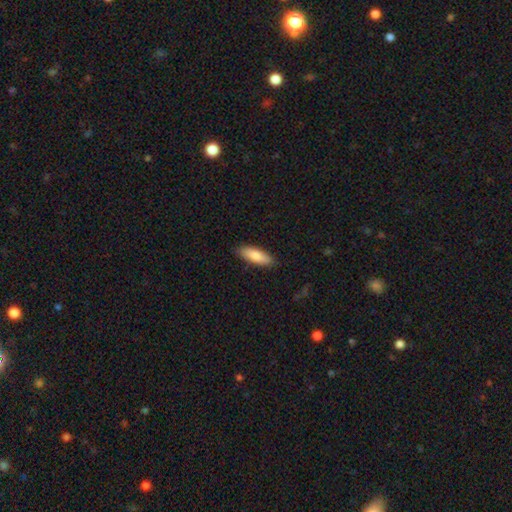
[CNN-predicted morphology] smooth-or-featured: smooth: 83% | featured or disk: 12% | star or artifact: 6%
  how-rounded: in between: 55% | cigar-shaped: 44% | round: 2%
  merging: none: 88% | minor disturbance: 9% | major disturbance: 2% | merger: 1%